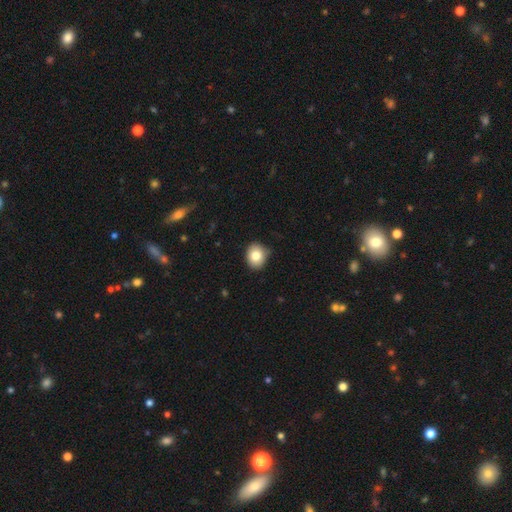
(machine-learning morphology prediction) smooth_or_featured: smooth (p=0.81) [alt: featured or disk p=0.09]
how_rounded: round (p=0.67) [alt: in between p=0.32]
merging: none (p=0.81) [alt: minor disturbance p=0.15]